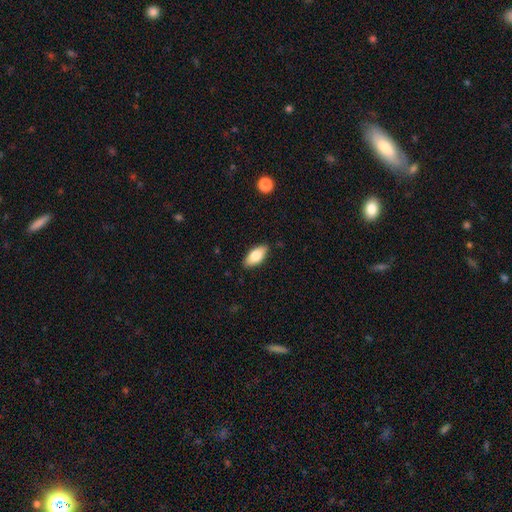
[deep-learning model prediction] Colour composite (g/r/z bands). It shows a smooth galaxy with no disk features (79%) that is in between round and cigar-shaped (89%). Merging: none (87%).